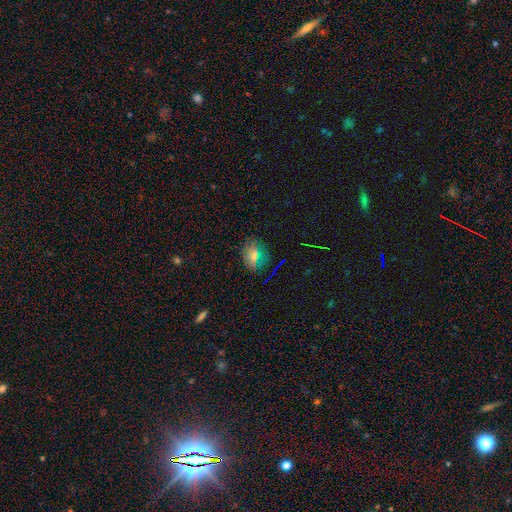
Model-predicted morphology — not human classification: This is likely a smooth galaxy (64%). How rounded: possibly in between (58%). Merging: clearly none (82%).